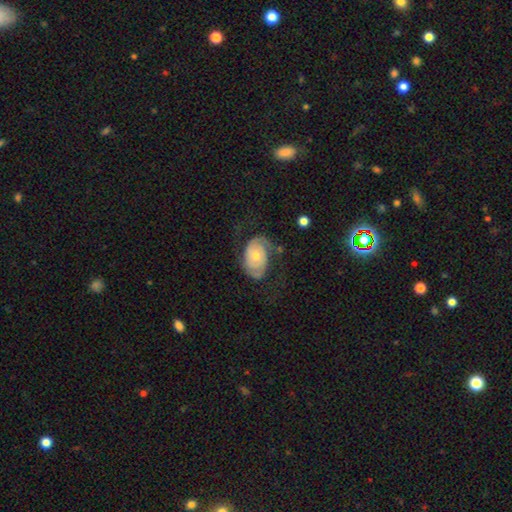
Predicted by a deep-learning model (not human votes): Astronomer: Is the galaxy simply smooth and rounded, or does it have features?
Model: featured or disk — 77%.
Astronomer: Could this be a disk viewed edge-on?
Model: no — 97%.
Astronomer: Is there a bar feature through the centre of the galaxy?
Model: no — 77%.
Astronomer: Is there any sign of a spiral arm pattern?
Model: yes — 90%.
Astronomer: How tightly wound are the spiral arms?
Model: tight — 55% (runner-up: medium, 31%).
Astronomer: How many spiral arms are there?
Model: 2 — 74%.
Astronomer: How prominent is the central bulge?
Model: moderate — 56% (runner-up: small, 39%).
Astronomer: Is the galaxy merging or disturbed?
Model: none — 60%.